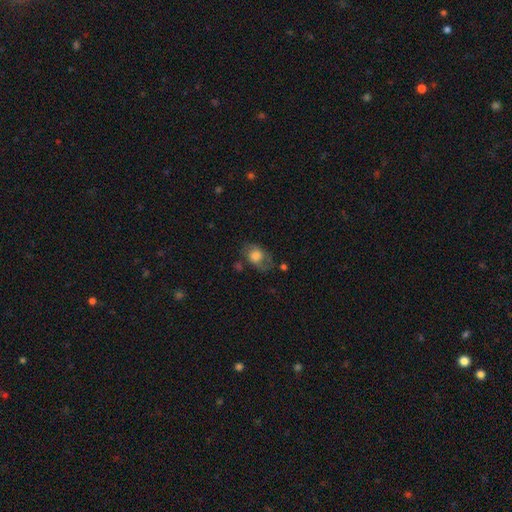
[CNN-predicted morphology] The model was most divided on "merging": none: 49%, minor disturbance: 27%, major disturbance: 19%, merger: 5%. More confident: how rounded — in between (63%); smooth or featured — smooth (60%).